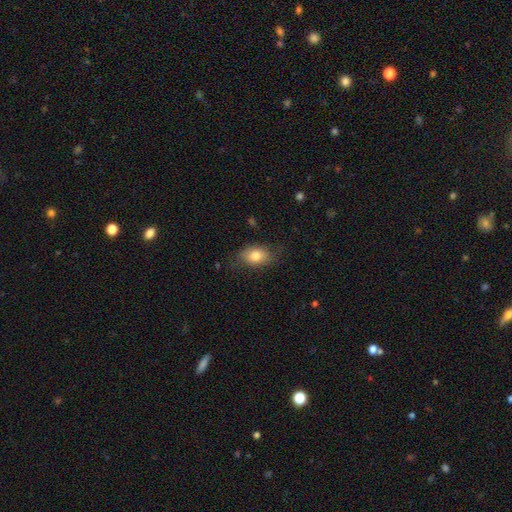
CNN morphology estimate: type=smooth (79%); roundness=in between (80%); merging=none (74%).